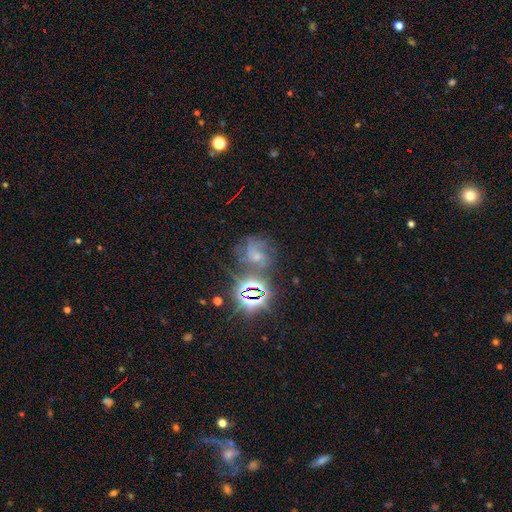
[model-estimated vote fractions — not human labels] Overall: featured or disk (42%; star or artifact 36%). Merging: none (50%; major disturbance 20%).